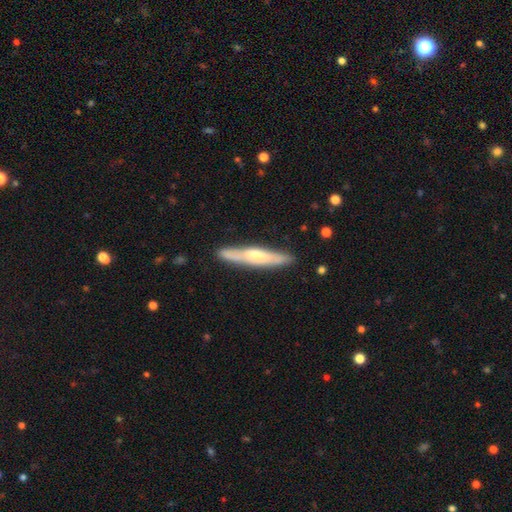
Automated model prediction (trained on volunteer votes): The model was most divided on "smooth or featured": featured or disk: 51%, smooth: 43%, star or artifact: 5%. More confident: merging — none (84%); edge-on disk — yes (84%).